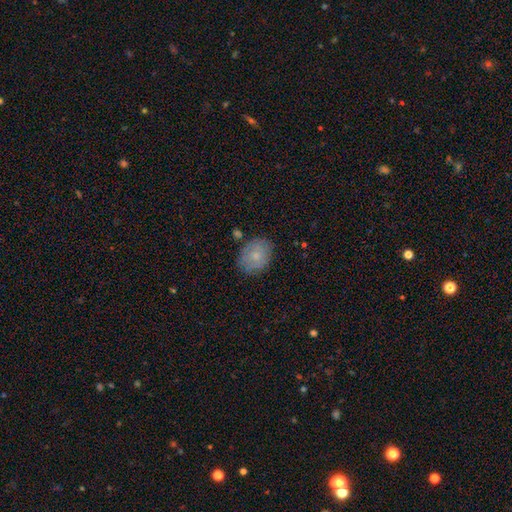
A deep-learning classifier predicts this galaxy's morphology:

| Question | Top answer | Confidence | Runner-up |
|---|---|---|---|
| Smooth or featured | smooth | 71% | featured or disk (21%) |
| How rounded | in between | 62% | round (37%) |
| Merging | none | 78% | minor disturbance (16%) |